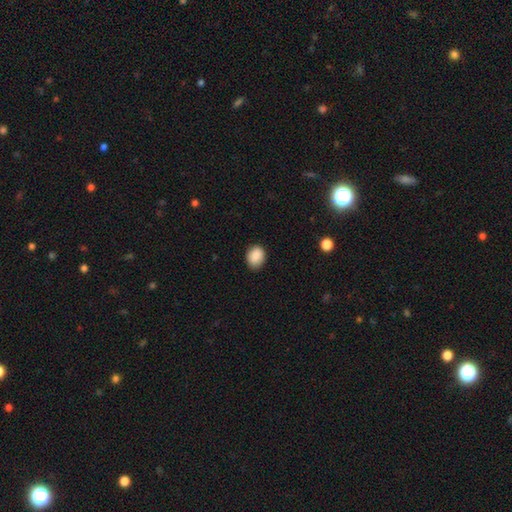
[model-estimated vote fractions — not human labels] Smooth or featured? Predicted: smooth (p=0.89). How rounded? Predicted: in between (p=0.50). Merging? Predicted: none (p=0.84).